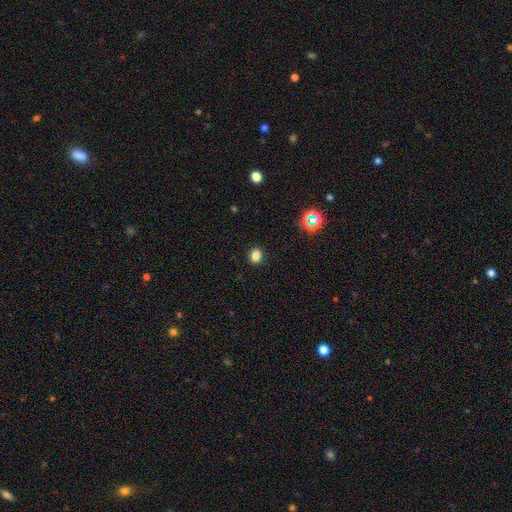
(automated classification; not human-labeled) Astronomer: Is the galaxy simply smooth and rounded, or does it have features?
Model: smooth — 81%.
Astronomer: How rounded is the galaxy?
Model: round — 51% (runner-up: in between, 48%).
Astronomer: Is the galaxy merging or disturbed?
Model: none — 90%.